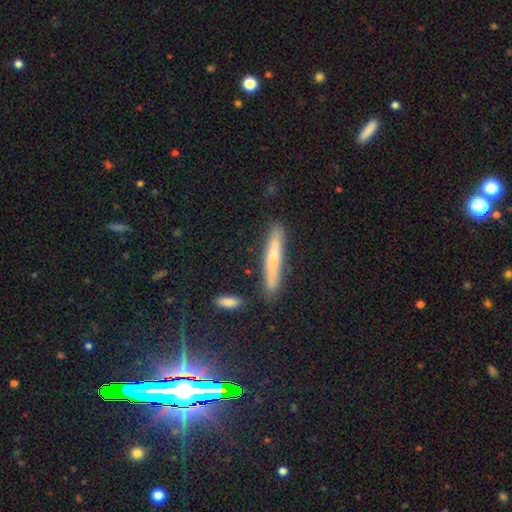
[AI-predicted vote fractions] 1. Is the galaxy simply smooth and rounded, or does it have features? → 40% featured or disk, 35% smooth, 26% star or artifact.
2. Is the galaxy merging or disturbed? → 80% none, 14% minor disturbance, 3% major disturbance, 3% merger.